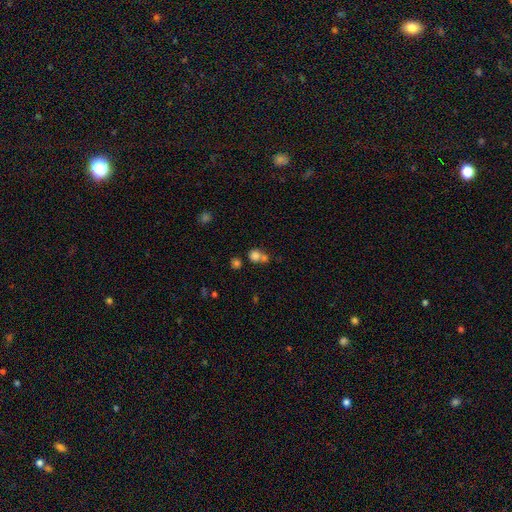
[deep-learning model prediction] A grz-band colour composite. It shows a smooth galaxy with no disk features (77%) that is round (82%). Merging: none (44%, tied with merger).